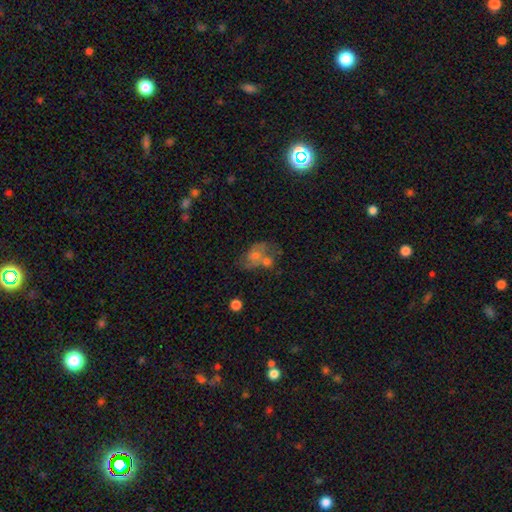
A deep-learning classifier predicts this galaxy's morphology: Smooth or featured?
  - featured or disk: 41% * (tied)
  - smooth: 41% * (tied)
  - star or artifact: 19%
Merging?
  - merger: 33% * (tied)
  - none: 33% * (tied)
  - minor disturbance: 18%
  - major disturbance: 17%